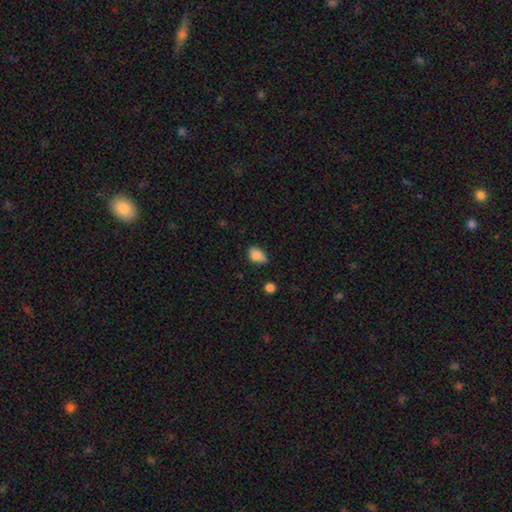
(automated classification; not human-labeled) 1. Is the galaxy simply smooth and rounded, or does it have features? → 84% smooth, 9% star or artifact, 7% featured or disk.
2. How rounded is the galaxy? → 86% in between, 12% round, 2% cigar-shaped.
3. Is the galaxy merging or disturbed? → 65% none, 29% minor disturbance, 4% major disturbance, 2% merger.